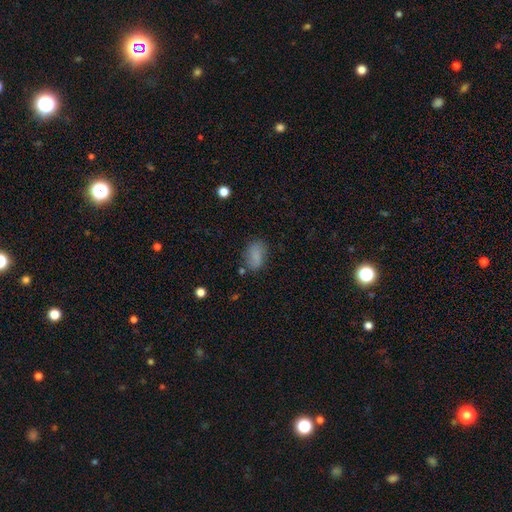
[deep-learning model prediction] smooth-or-featured: smooth: 82% | star or artifact: 11% | featured or disk: 7%
  how-rounded: in between: 89% | round: 9% | cigar-shaped: 2%
  merging: none: 75% | minor disturbance: 17% | major disturbance: 5% | merger: 3%